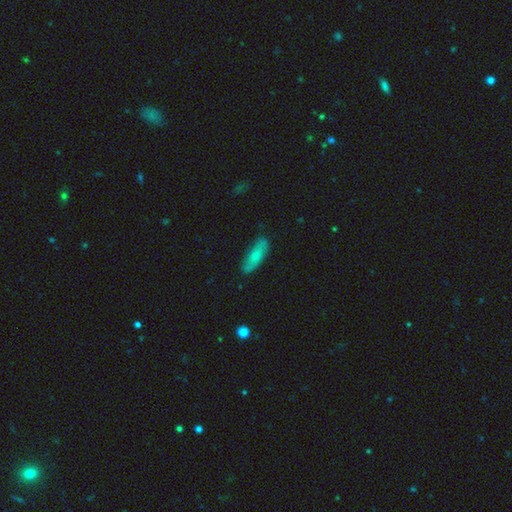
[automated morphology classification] type=smooth (68%); roundness=in between (54%); merging=none (80%).